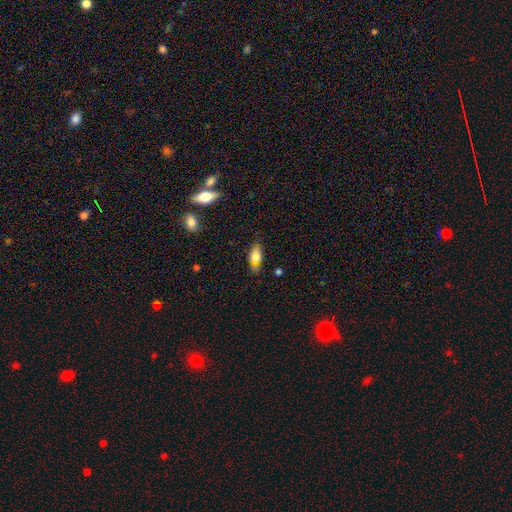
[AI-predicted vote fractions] This is likely a smooth galaxy (74%). How rounded: clearly in between (81%). Merging: possibly none (59%).